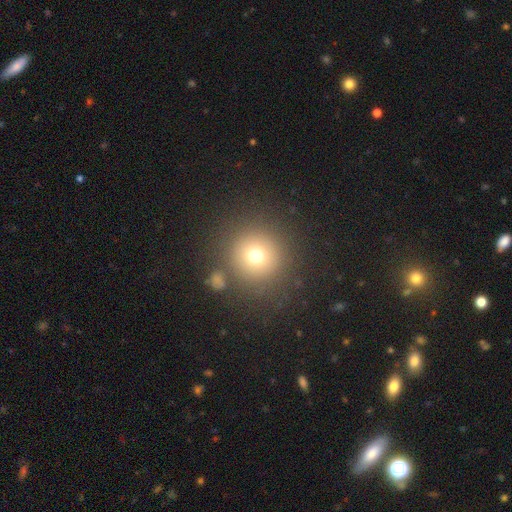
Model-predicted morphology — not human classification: The model was most divided on "smooth or featured": smooth: 72%, star or artifact: 16%, featured or disk: 12%. More confident: how rounded — round (95%); merging — none (82%).